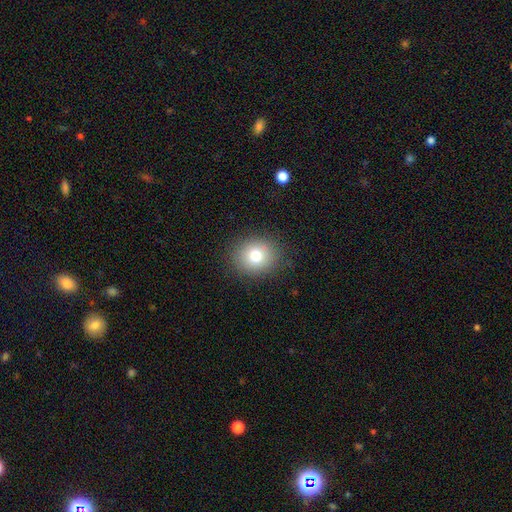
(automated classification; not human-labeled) This appears to be a smooth galaxy with no disk features (77%) that is round (74%). Merging: none (88%).